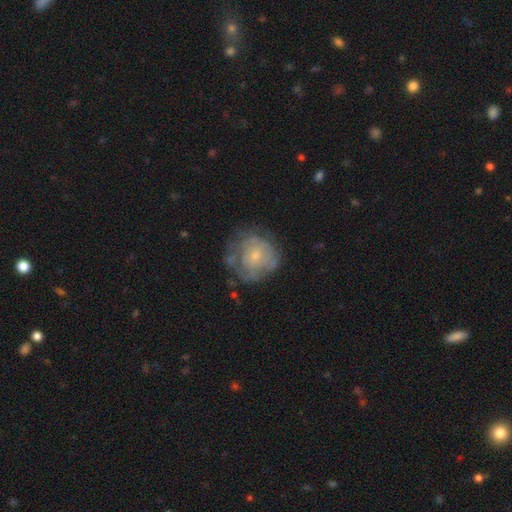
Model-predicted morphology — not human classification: Smooth or featured?
  - featured or disk: 51% *
  - smooth: 41%
  - star or artifact: 8%
Edge-on disk?
  - no: 98% *
  - yes: 2%
Bar?
  - no: 84% *
  - weak: 14%
  - strong: 2%
Spiral arms?
  - no: 59% *
  - yes: 41%
Bulge size?
  - small: 58% *
  - moderate: 32%
  - none: 6%
  - large: 2%
  - dominant: 1%
Merging?
  - none: 57% *
  - minor disturbance: 25%
  - major disturbance: 16%
  - merger: 2%